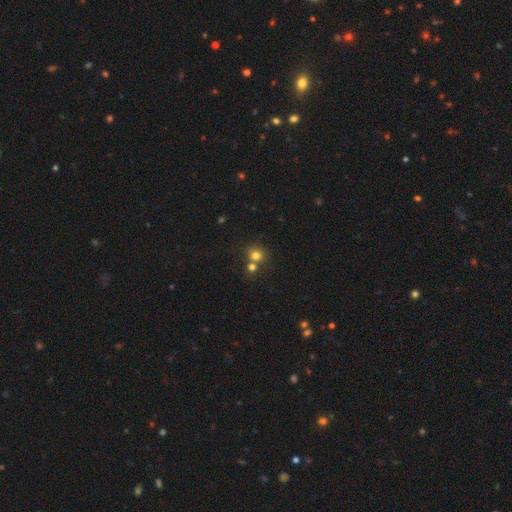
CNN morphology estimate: Smooth or featured? smooth (76%)
How rounded? round (85%)
Merging? none (54%)